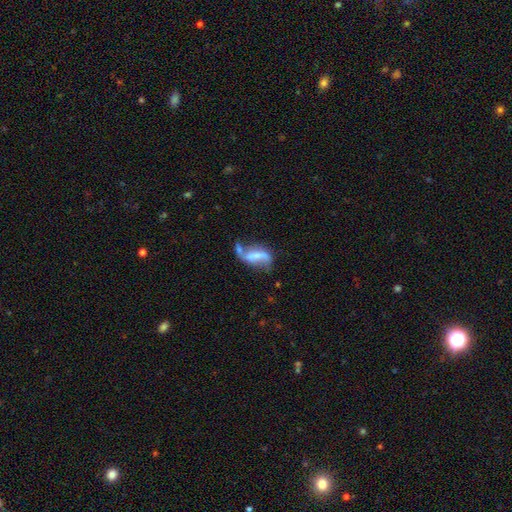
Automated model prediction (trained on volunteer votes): featured or disk 59%, smooth 32%, star or artifact 9%. Down the decision tree: edge-on disk — no (92%); bar — strong (42%); spiral arms — yes (72%); bulge size — none (42%); merging — none (31%).